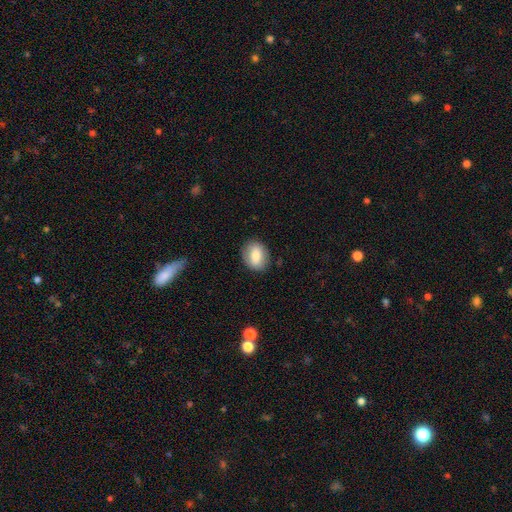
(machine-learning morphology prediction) Q: Smooth or featured?
A: smooth (77%); runner-up: featured or disk (16%)
Q: How rounded?
A: in between (60%); runner-up: round (39%)
Q: Merging?
A: none (84%); runner-up: minor disturbance (12%)